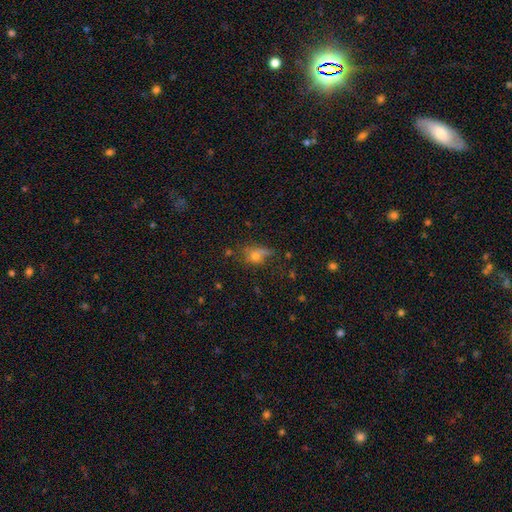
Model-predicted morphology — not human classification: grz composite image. It shows a smooth galaxy with no disk features (57%) that is in between round and cigar-shaped (49%). Merging: none (43%).